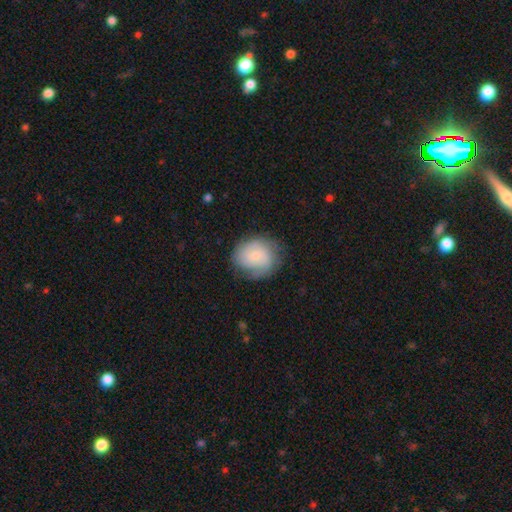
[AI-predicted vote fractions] This is possibly a smooth galaxy (47%). Merging: likely none (69%).